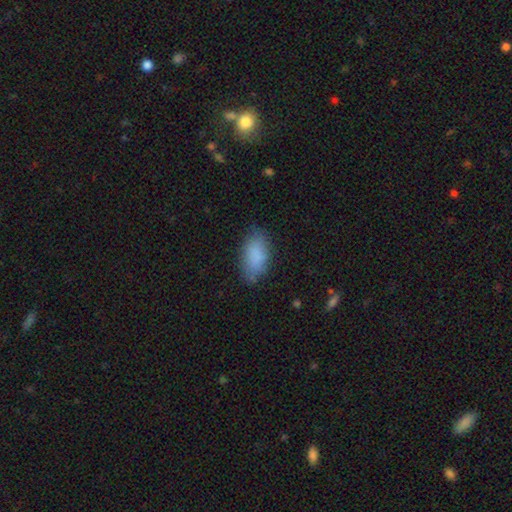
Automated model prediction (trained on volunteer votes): Morphology: type=smooth (85%); roundness=in between (92%); merging=none (75%).